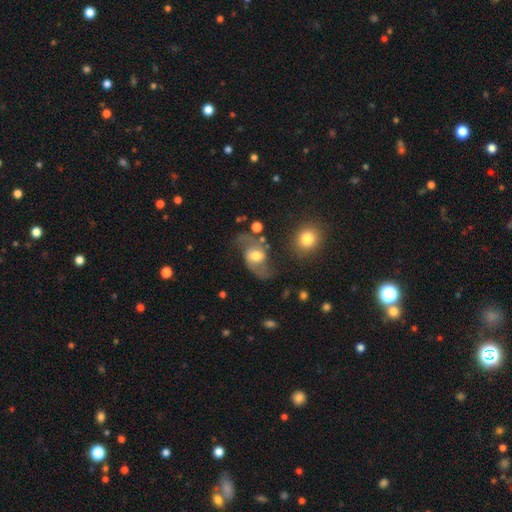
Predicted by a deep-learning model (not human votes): Smooth or featured? featured or disk (75%)
Edge-on disk? no (96%)
Bar? no (44%)
Spiral arms? yes (91%)
Spiral winding? loose (65%)
Spiral arm count? 2 (92%)
Bulge size? moderate (65%)
Merging? none (59%)